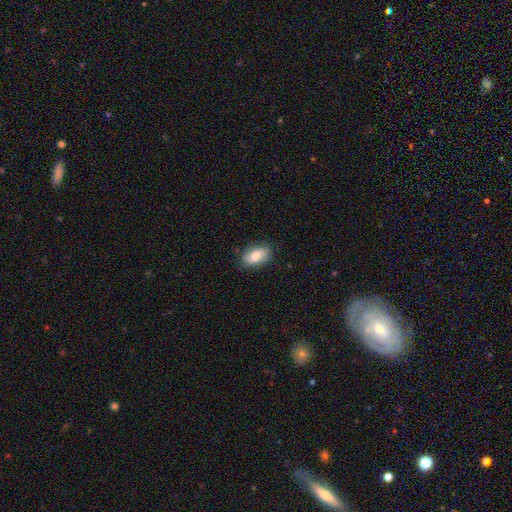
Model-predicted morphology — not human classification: This is likely a smooth galaxy (76%). How rounded: clearly in between (91%). Merging: clearly none (80%).